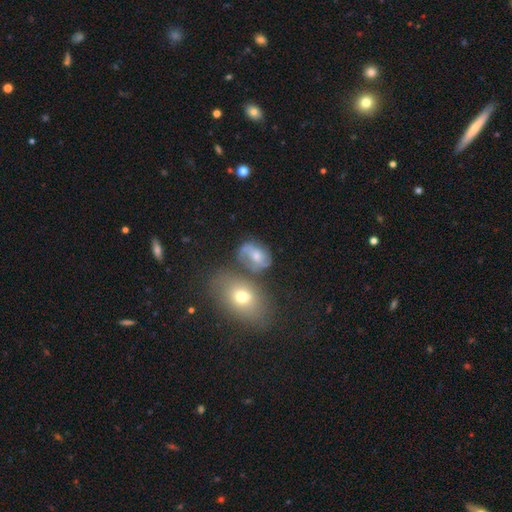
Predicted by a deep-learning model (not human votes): This is marginally a featured or disk galaxy (45%). Merging: marginally none (43%).